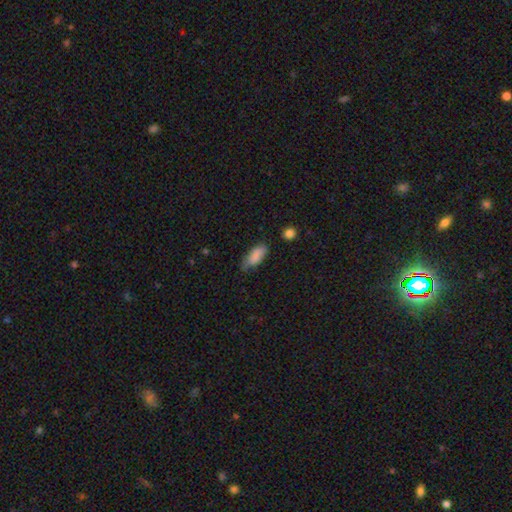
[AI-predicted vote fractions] This appears to be a smooth galaxy with no disk features (84%) that is in between round and cigar-shaped (81%). Merging: none (55%).